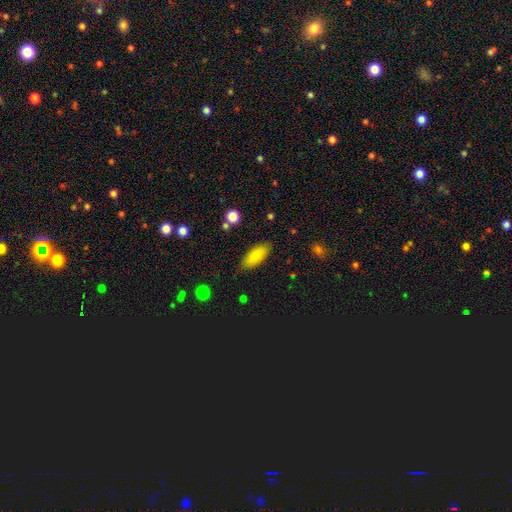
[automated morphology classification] Overall: smooth (85%). How rounded: in between (80%). Merging: none (83%).